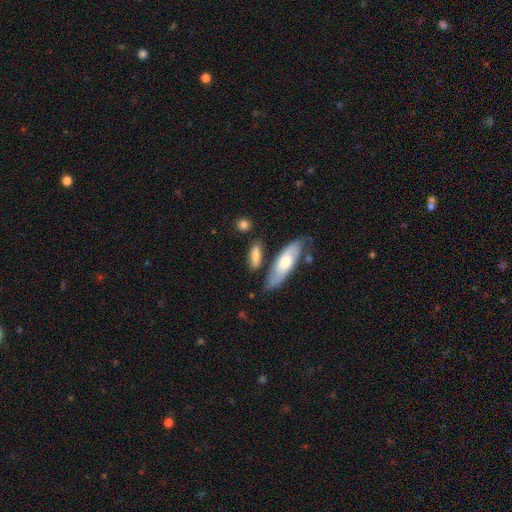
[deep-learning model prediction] smooth 68%, featured or disk 25%, star or artifact 7%. Down the decision tree: how rounded — in between (56%); merging — none (64%).